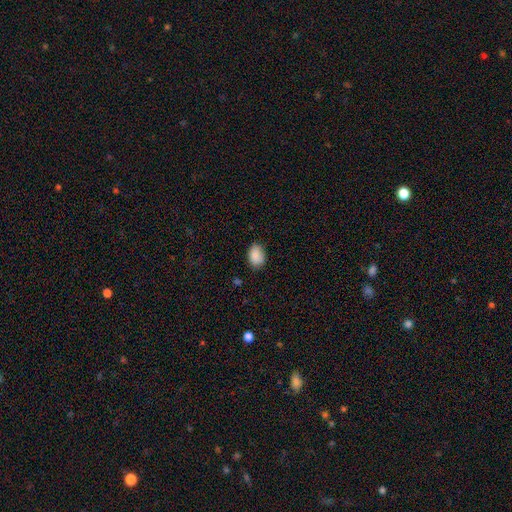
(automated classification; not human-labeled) A smooth galaxy with no disk features (89%) that is in between round and cigar-shaped (83%).

Vote fractions:
- Smooth or featured? smooth: 89% / star or artifact: 7% / featured or disk: 4%
- How rounded? in between: 83% / round: 16% / cigar-shaped: 1%
- Merging? none: 78% / minor disturbance: 17% / major disturbance: 3% / merger: 1%